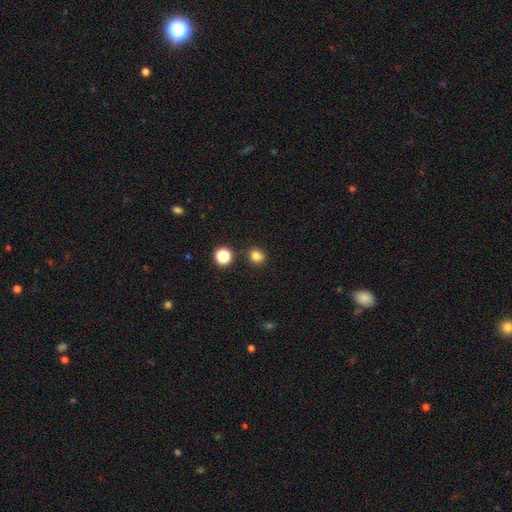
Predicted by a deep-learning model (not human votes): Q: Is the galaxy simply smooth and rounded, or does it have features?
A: smooth — 81%.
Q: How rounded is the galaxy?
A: round — 77%.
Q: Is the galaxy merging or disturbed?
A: none — 86%.